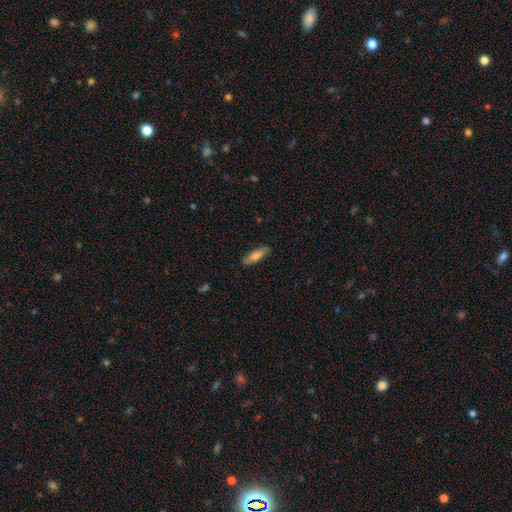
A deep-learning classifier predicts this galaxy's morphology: Smooth or featured: smooth — 72% (featured or disk — 22%)
How rounded: cigar-shaped — 55% (in between — 43%)
Merging: none — 84% (minor disturbance — 12%)